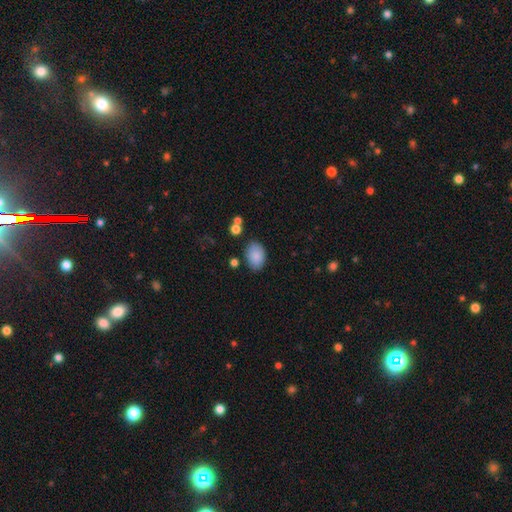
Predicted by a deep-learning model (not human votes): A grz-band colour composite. It shows a smooth galaxy with no disk features (87%) that is in between round and cigar-shaped (86%). Merging: none (79%).